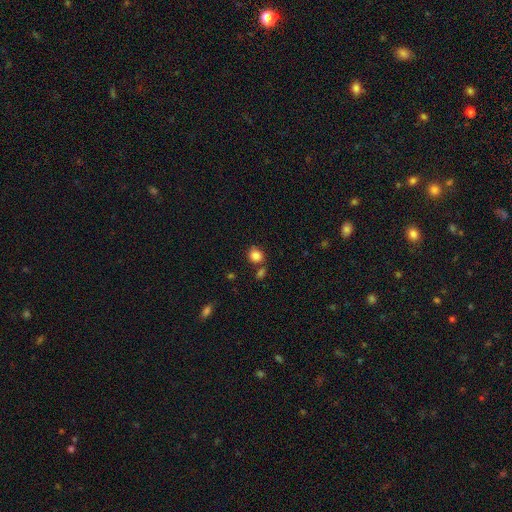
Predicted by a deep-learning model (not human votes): This appears to be a smooth galaxy with no disk features (85%) that is round (76%). Merging: none (67%).